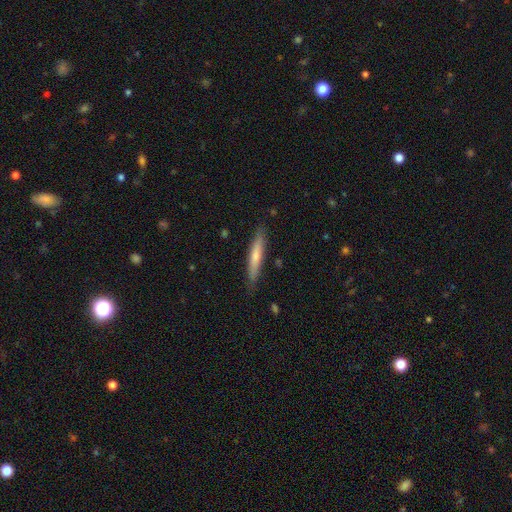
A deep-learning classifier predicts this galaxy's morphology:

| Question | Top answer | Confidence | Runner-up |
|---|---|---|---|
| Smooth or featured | smooth | 59% | featured or disk (35%) |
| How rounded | cigar-shaped | 92% | in between (7%) |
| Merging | none | 86% | minor disturbance (11%) |